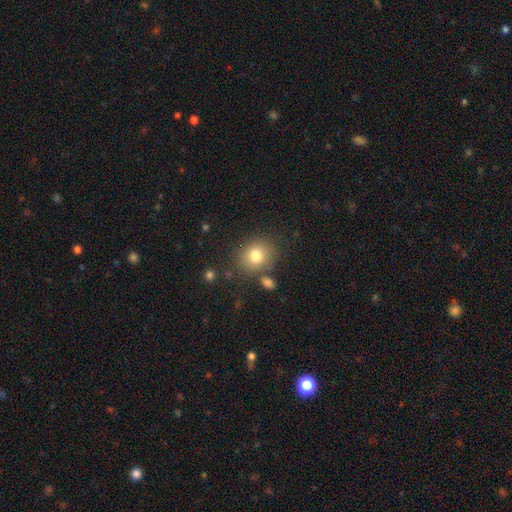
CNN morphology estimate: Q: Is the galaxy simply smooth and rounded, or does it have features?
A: smooth — 78%.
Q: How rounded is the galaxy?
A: round — 64%.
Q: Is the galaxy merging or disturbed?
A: none — 76%.